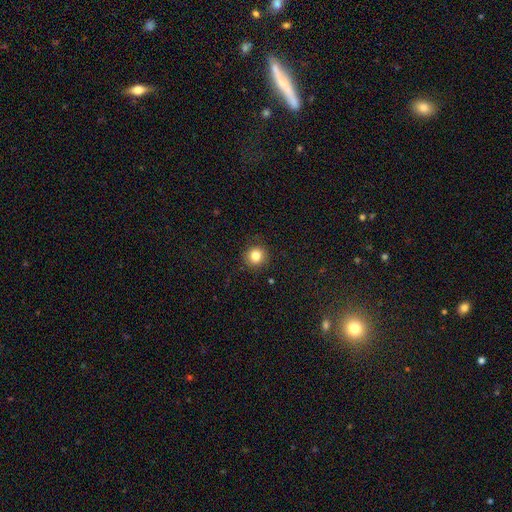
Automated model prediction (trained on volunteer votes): This is clearly a smooth galaxy (83%). How rounded: clearly round (92%). Merging: clearly none (91%).